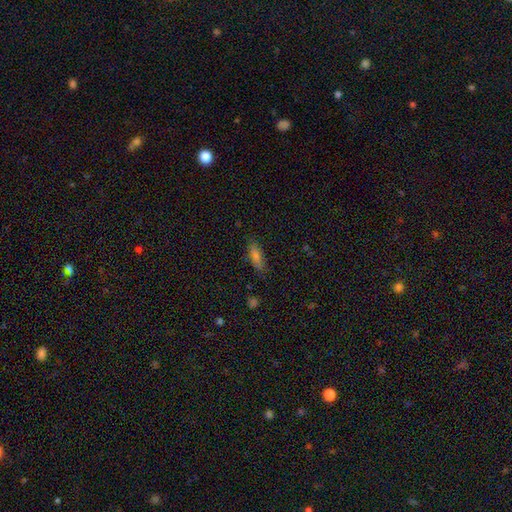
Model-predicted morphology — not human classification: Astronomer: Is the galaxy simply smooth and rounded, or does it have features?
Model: smooth — 73%.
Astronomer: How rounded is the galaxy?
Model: in between — 51% (runner-up: cigar-shaped, 46%).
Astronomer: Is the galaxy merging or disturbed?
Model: none — 83%.